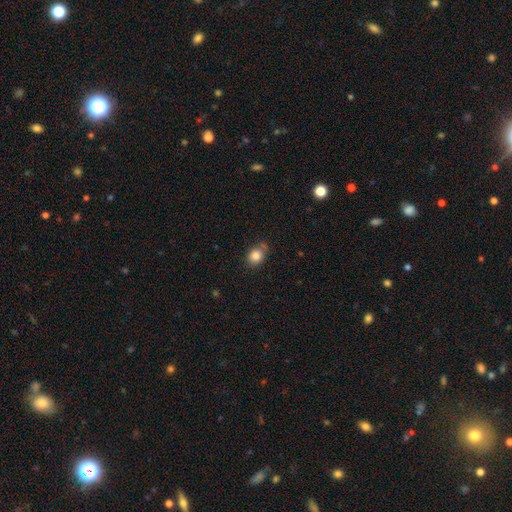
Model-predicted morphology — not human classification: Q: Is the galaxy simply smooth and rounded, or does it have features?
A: smooth — 83%.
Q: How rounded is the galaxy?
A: round — 57%.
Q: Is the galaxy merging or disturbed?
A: none — 67%.